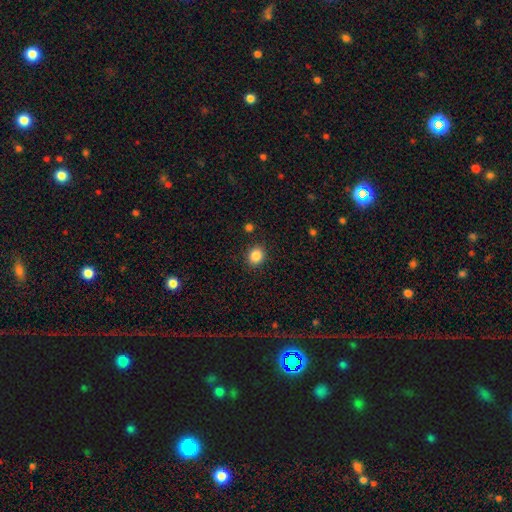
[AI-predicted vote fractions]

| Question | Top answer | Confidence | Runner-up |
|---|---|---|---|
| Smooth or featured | smooth | 86% | star or artifact (10%) |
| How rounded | round | 71% | in between (28%) |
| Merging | none | 88% | minor disturbance (8%) |